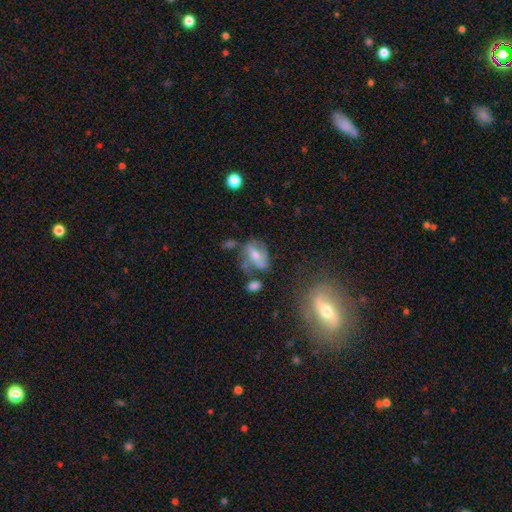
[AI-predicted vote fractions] This is possibly a featured or disk galaxy (47%). Merging: marginally none (39%).